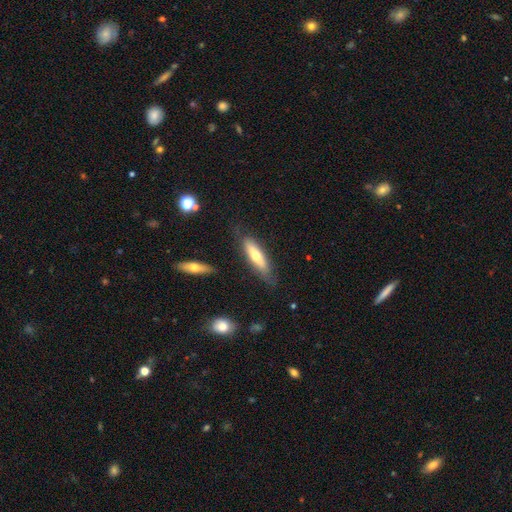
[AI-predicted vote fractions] Smooth or featured? smooth (57%)
How rounded? cigar-shaped (65%)
Merging? none (74%)